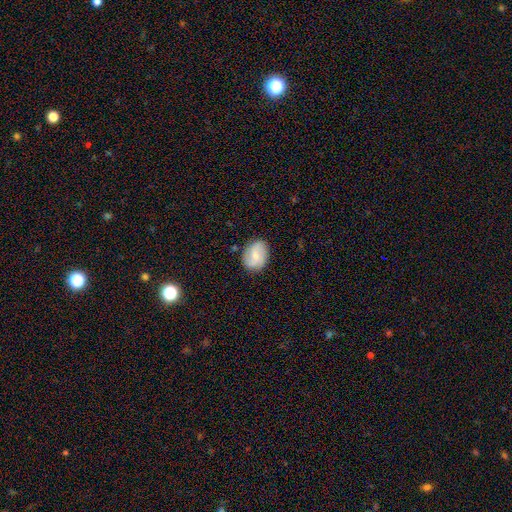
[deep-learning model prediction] This is possibly a featured or disk galaxy (48%). Merging: clearly none (83%).